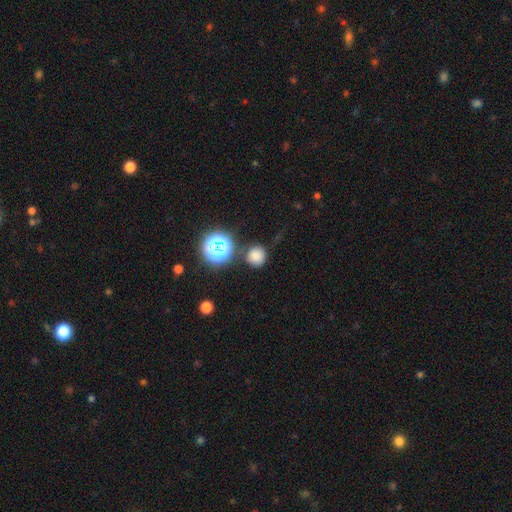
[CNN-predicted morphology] smooth 75%, star or artifact 19%, featured or disk 6%. Down the decision tree: how rounded — round (92%); merging — none (81%).